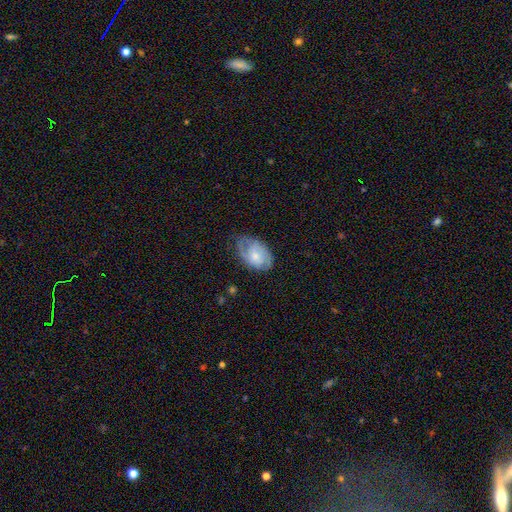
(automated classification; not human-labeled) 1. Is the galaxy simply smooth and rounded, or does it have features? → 61% featured or disk, 33% smooth, 6% star or artifact.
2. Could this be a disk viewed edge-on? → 96% no, 4% yes.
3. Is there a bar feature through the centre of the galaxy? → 69% no, 27% weak, 4% strong.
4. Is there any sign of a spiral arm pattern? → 85% yes, 15% no.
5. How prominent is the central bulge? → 49% small, 38% moderate, 6% none, 5% large, 1% dominant.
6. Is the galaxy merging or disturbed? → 61% none, 27% minor disturbance, 11% major disturbance, 1% merger.